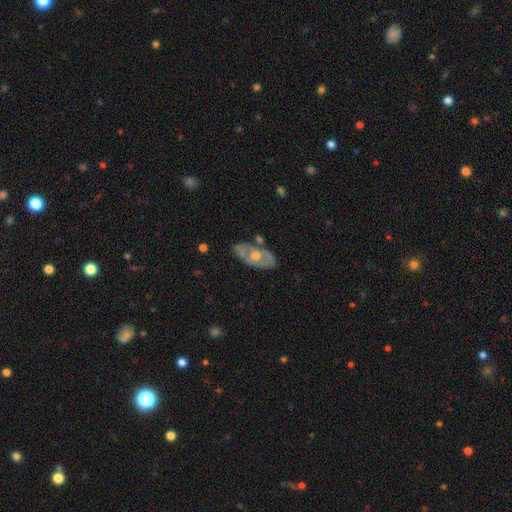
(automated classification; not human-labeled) The model was most divided on "smooth or featured": featured or disk: 66%, smooth: 29%, star or artifact: 5%. More confident: edge-on disk — no (88%); bar — no (85%); spiral arms — no (77%); bulge size — moderate (76%); merging — none (71%).